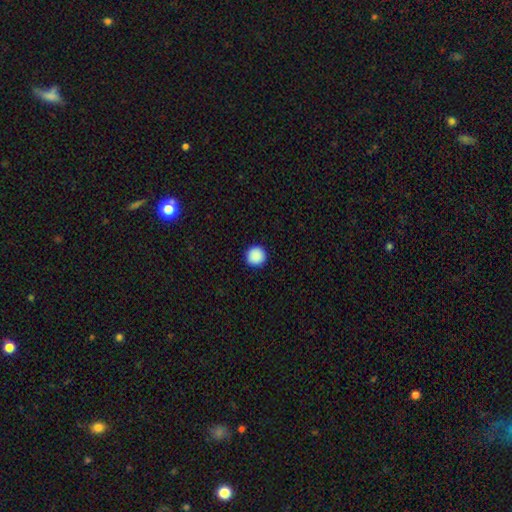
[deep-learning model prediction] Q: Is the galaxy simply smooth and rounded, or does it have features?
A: smooth — 89%.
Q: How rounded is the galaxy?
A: round — 96%.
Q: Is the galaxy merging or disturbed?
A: none — 93%.